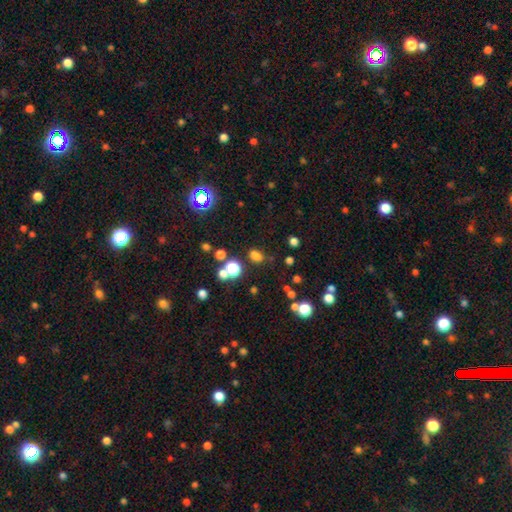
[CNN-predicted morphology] Smooth or featured? smooth (68%)
How rounded? in between (60%)
Merging? none (72%)